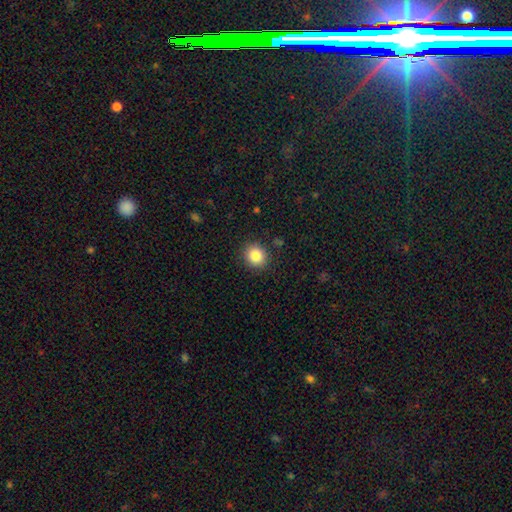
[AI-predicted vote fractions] smooth_or_featured: smooth (p=0.84) [alt: star or artifact p=0.10]
how_rounded: round (p=0.83) [alt: in between p=0.17]
merging: none (p=0.89) [alt: minor disturbance p=0.07]